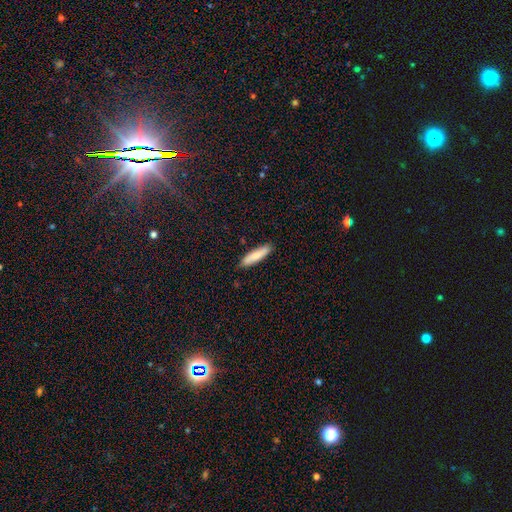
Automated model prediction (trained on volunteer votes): smooth_or_featured: smooth (p=0.83) [alt: featured or disk p=0.12]
how_rounded: cigar-shaped (p=0.75) [alt: in between p=0.23]
merging: none (p=0.88) [alt: minor disturbance p=0.10]